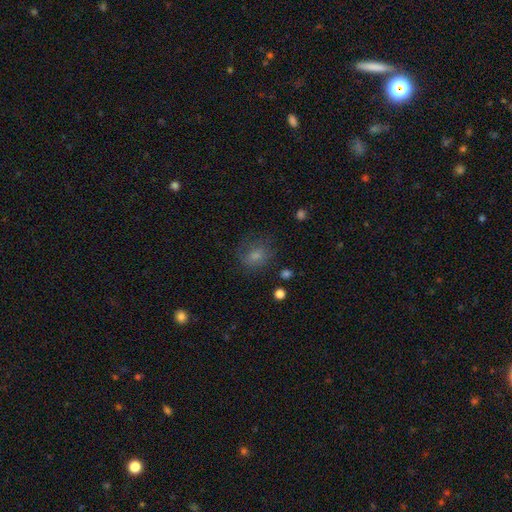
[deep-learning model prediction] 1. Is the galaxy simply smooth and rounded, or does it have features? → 71% smooth, 16% featured or disk, 13% star or artifact.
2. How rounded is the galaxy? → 59% round, 40% in between, 1% cigar-shaped.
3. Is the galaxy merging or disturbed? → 63% none, 21% minor disturbance, 14% major disturbance, 2% merger.